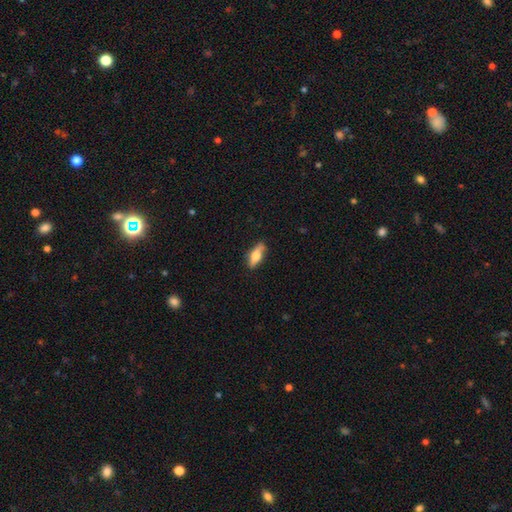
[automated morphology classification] Smooth or featured? Predicted: smooth (p=0.62). How rounded? Predicted: in between (p=0.67). Merging? Predicted: none (p=0.77).